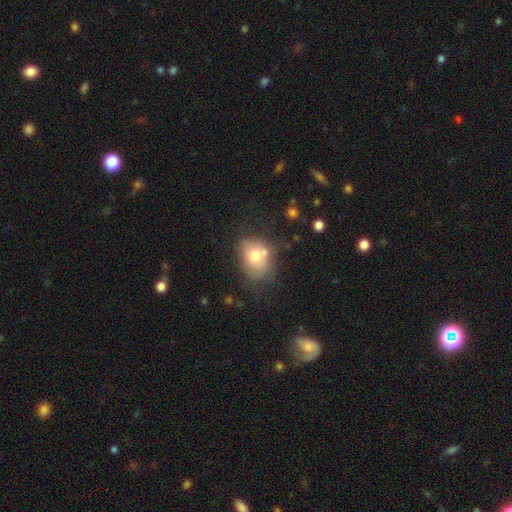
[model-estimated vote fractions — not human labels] Smooth or featured? smooth (72%)
How rounded? in between (63%)
Merging? none (50%)